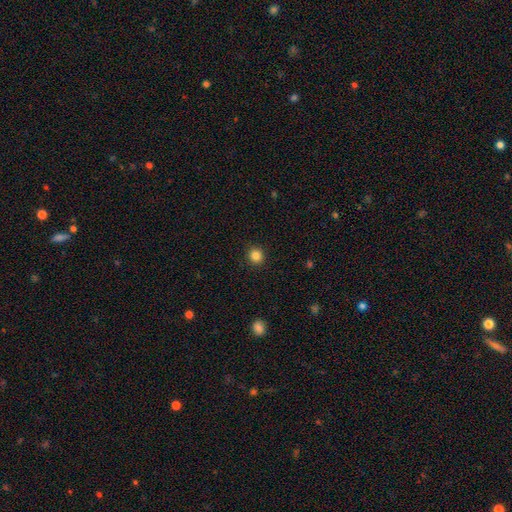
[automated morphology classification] A smooth galaxy with no disk features (84%) that is round (92%).

Vote fractions:
- Smooth or featured? smooth: 84% / star or artifact: 12% / featured or disk: 4%
- How rounded? round: 92% / in between: 7% / cigar-shaped: 1%
- Merging? none: 92% / minor disturbance: 5% / major disturbance: 2% / merger: 1%